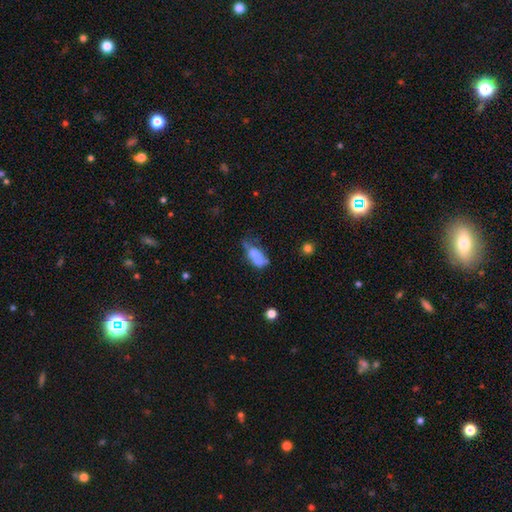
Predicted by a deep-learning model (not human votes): Overall: smooth (57%; featured or disk 33%). How rounded: in between (80%). Merging: merger (28%; none 24%).